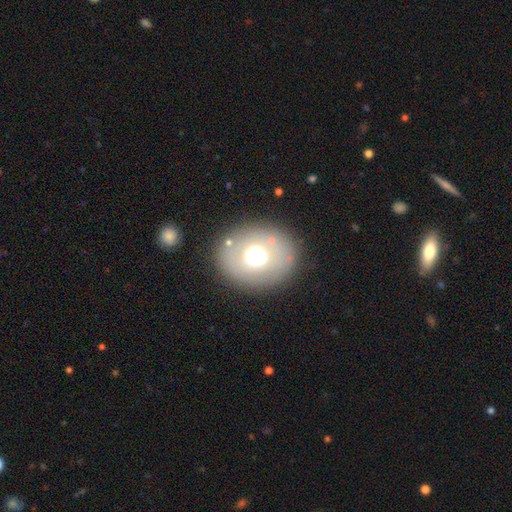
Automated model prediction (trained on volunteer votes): Q: Smooth or featured?
A: smooth (62%); runner-up: featured or disk (25%)
Q: How rounded?
A: round (63%); runner-up: in between (36%)
Q: Merging?
A: none (82%); runner-up: minor disturbance (10%)